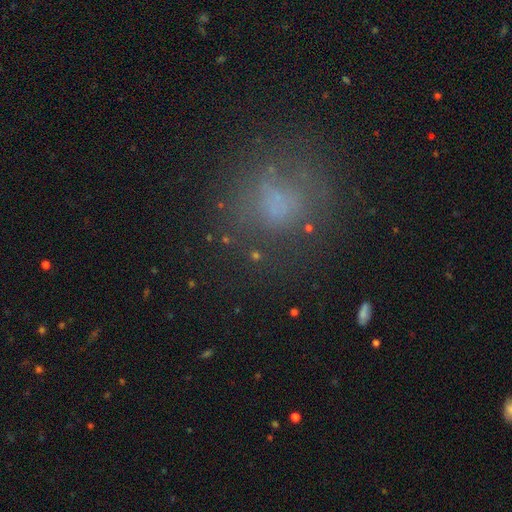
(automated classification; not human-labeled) A smooth galaxy with no disk features (44%).

Vote fractions:
- Smooth or featured? smooth: 44% / star or artifact: 36% / featured or disk: 20%
- Merging? none: 65% / minor disturbance: 16% / major disturbance: 14% / merger: 5%